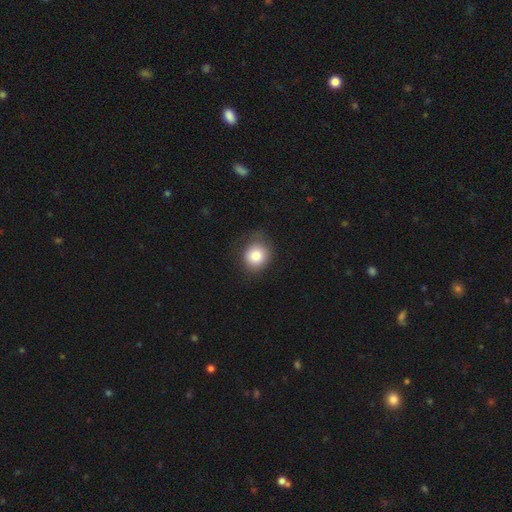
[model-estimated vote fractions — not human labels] Overall: smooth (84%). How rounded: round (78%). Merging: none (69%).